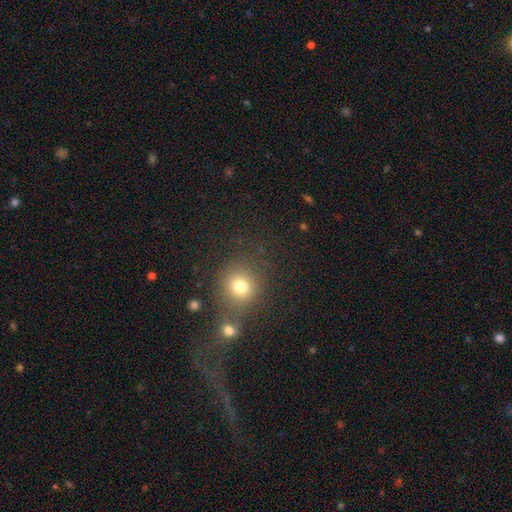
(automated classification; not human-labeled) This is possibly a smooth galaxy (59%). How rounded: clearly round (86%). Merging: possibly none (52%).